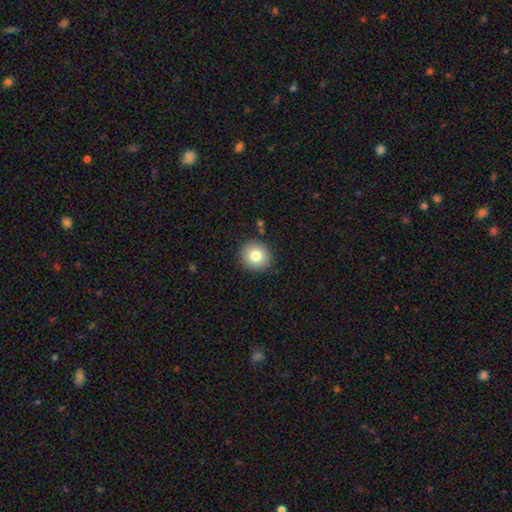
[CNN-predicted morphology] type=smooth (81%); roundness=round (89%); merging=none (89%).